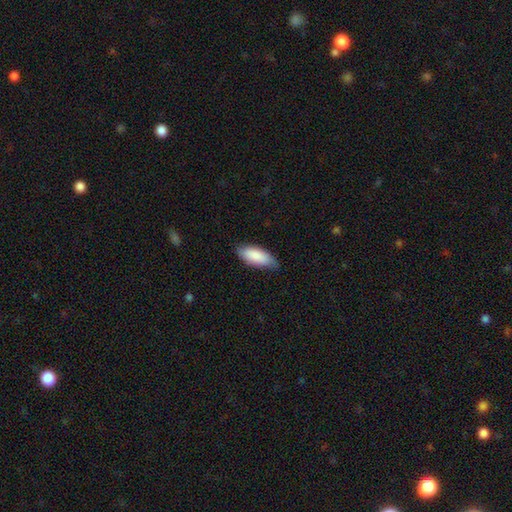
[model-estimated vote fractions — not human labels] smooth 86%, featured or disk 8%, star or artifact 5%. Down the decision tree: how rounded — in between (84%); merging — none (70%).